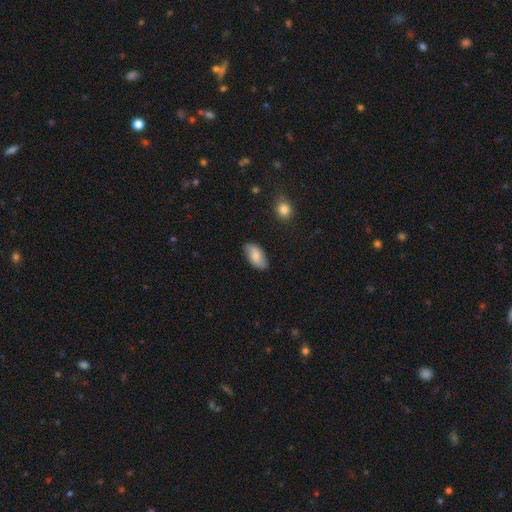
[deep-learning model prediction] Smooth or featured: smooth — 76% (featured or disk — 18%)
How rounded: in between — 94% (cigar-shaped — 3%)
Merging: none — 82% (minor disturbance — 14%)